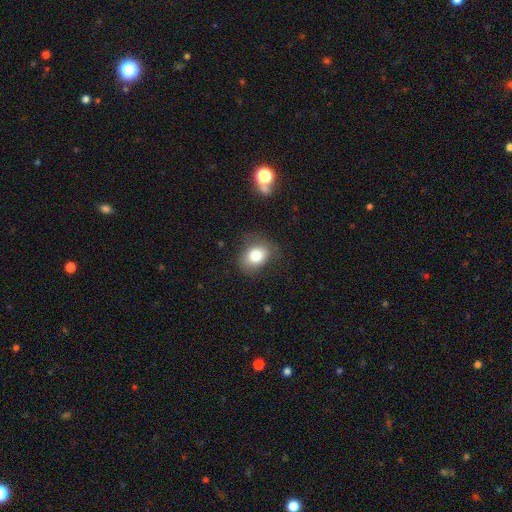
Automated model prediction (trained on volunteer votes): Smooth or featured? Predicted: smooth (p=0.78). How rounded? Predicted: in between (p=0.58). Merging? Predicted: none (p=0.72).